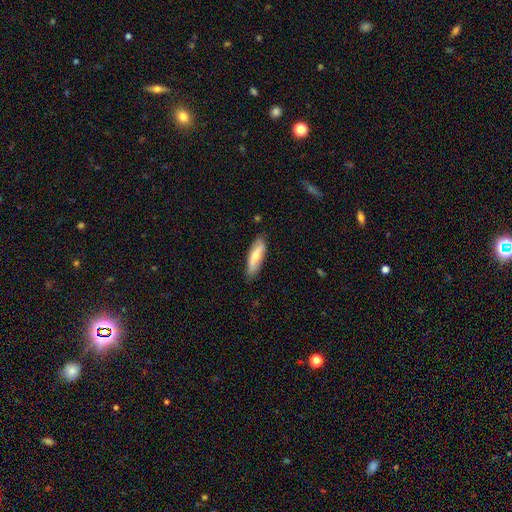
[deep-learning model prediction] Morphology: type=smooth (57%); roundness=cigar-shaped (53%); merging=none (81%).